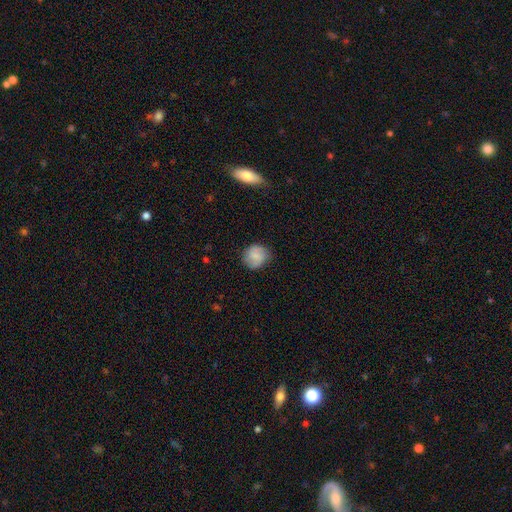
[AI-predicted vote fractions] This is likely a smooth galaxy (66%). How rounded: likely round (79%). Merging: likely none (76%).